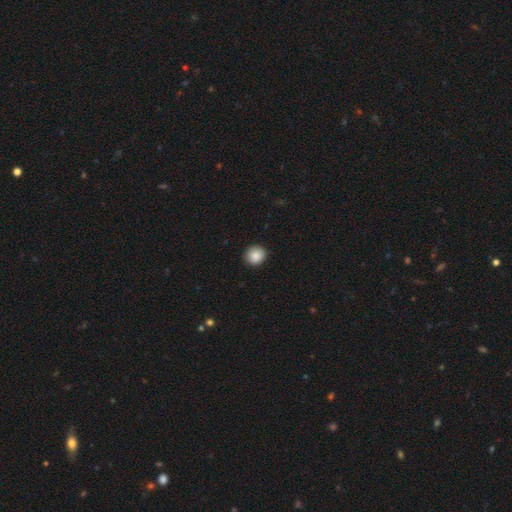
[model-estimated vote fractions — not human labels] Smooth or featured: smooth — 88% (star or artifact — 8%)
How rounded: round — 89% (in between — 10%)
Merging: none — 91% (minor disturbance — 6%)